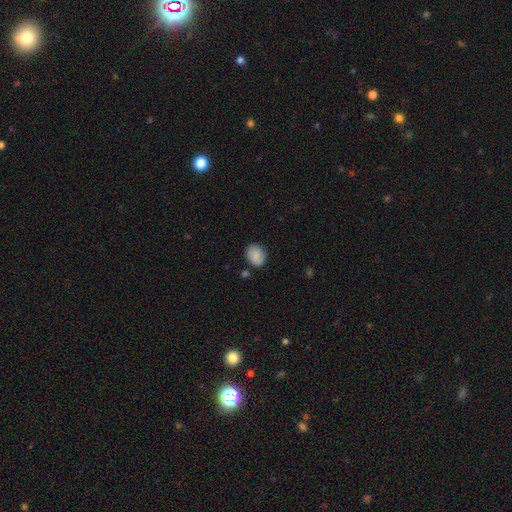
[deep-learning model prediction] The model was most divided on "how rounded": in between: 51%, round: 48%, cigar-shaped: 1%. More confident: smooth or featured — smooth (86%); merging — none (79%).